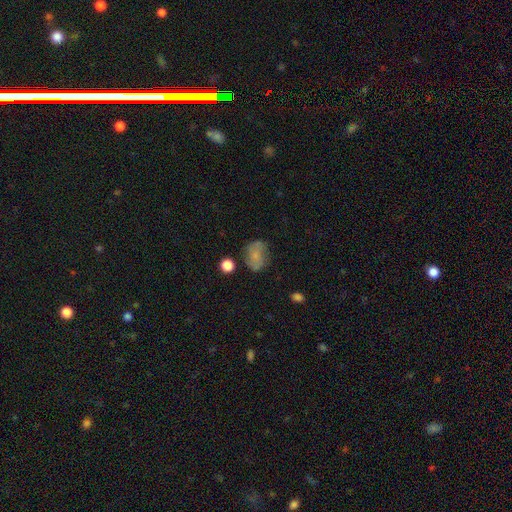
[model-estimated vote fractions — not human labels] Smooth or featured? Predicted: smooth (p=0.64). How rounded? Predicted: in between (p=0.66). Merging? Predicted: none (p=0.61).